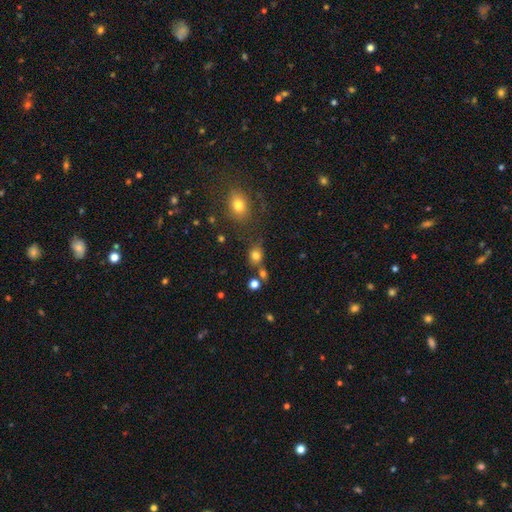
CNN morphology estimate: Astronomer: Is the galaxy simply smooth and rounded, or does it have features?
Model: smooth — 77%.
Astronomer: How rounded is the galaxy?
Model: round — 63%.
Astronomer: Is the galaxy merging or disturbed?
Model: none — 61%.